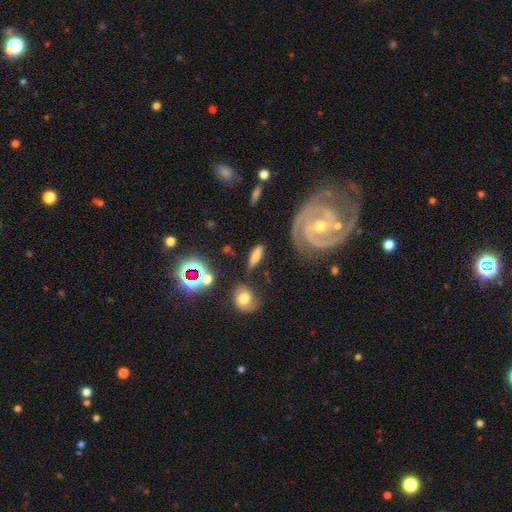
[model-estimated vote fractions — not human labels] Smooth or featured? Predicted: smooth (p=0.58). How rounded? Predicted: in between (p=0.47). Merging? Predicted: none (p=0.72).